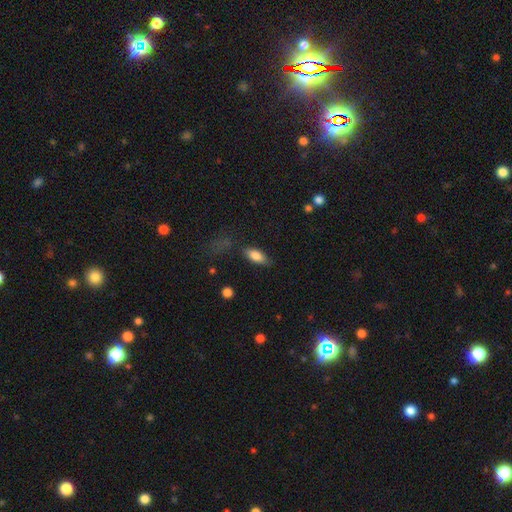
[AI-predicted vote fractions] This is likely a smooth galaxy (80%). How rounded: clearly in between (81%). Merging: likely none (75%).